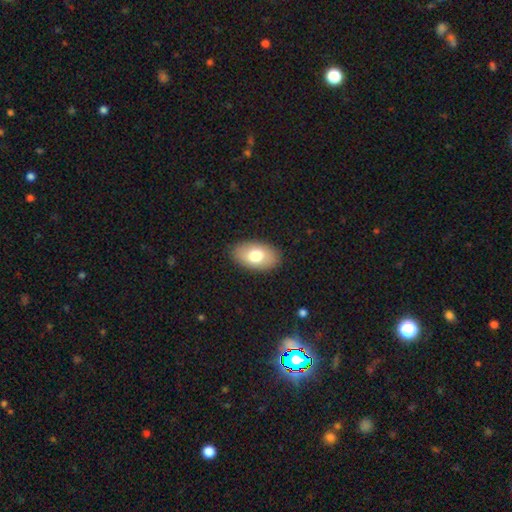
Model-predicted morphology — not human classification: A smooth galaxy with no disk features (75%) that is in between round and cigar-shaped (92%). Merging: none (88%).